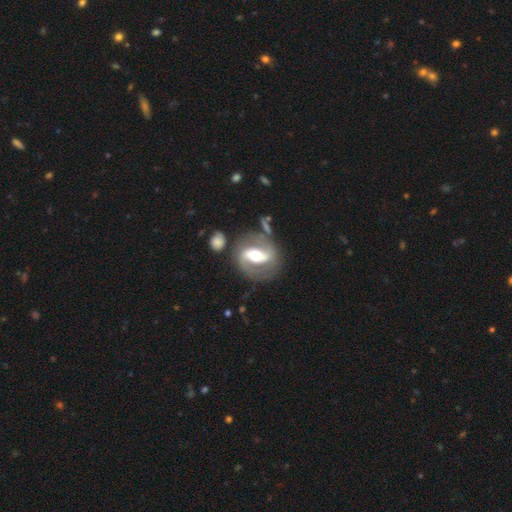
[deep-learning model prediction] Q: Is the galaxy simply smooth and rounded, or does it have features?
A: featured or disk — 79%.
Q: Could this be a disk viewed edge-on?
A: no — 95%.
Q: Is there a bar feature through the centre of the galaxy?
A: strong — 54%.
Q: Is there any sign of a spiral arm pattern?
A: yes — 82%.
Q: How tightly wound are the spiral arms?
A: medium — 46%.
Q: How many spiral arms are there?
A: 2 — 86%.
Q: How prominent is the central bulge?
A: moderate — 68%.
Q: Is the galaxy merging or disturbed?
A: none — 69%.